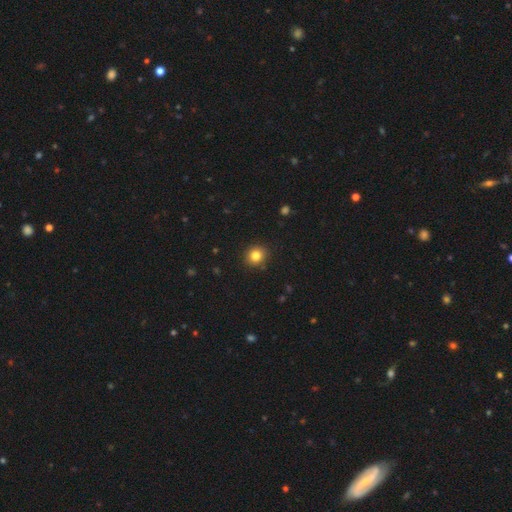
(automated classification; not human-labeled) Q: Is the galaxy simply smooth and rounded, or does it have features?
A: smooth — 82%.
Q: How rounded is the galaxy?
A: round — 85%.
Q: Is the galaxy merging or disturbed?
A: none — 90%.